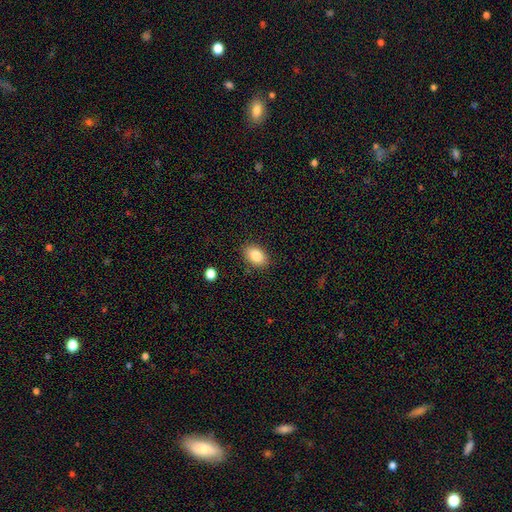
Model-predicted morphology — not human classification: Overall: smooth (84%). How rounded: in between (87%). Merging: none (86%).